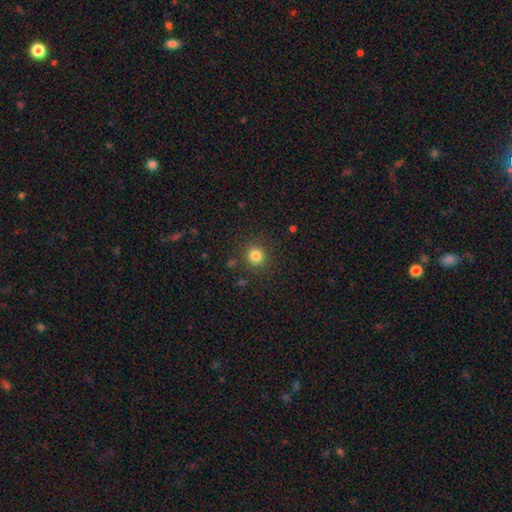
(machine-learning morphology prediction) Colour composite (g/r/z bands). It shows a smooth galaxy with no disk features (82%) that is round (93%). Merging: none (88%).